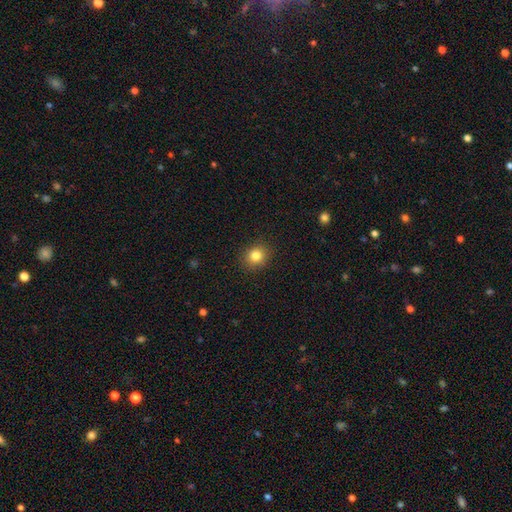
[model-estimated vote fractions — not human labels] Overall: smooth (82%). How rounded: round (74%). Merging: none (90%).